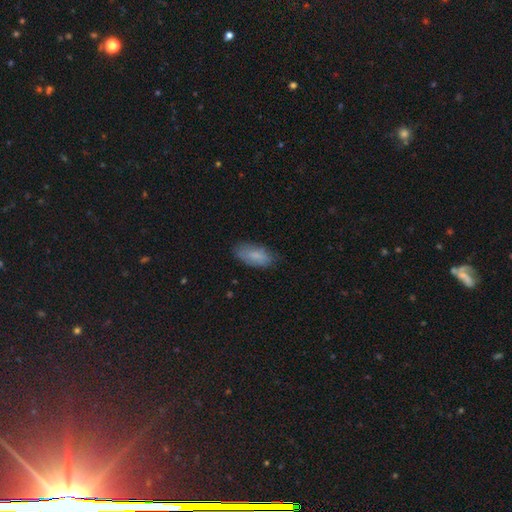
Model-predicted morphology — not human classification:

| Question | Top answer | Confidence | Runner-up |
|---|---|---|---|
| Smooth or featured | smooth | 78% | featured or disk (15%) |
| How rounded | in between | 89% | cigar-shaped (9%) |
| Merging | none | 75% | minor disturbance (19%) |